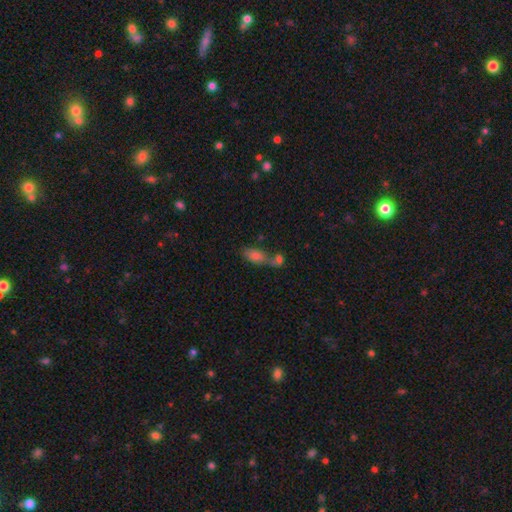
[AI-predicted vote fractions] Q: Smooth or featured?
A: smooth (76%); runner-up: featured or disk (14%)
Q: How rounded?
A: in between (84%); runner-up: cigar-shaped (10%)
Q: Merging?
A: merger (51%); runner-up: none (31%)